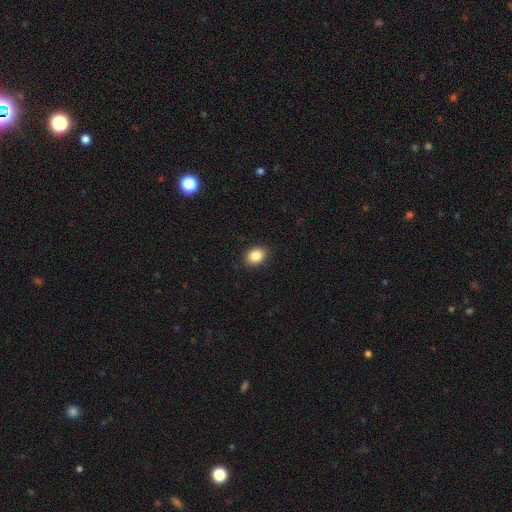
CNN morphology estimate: type=smooth (86%); roundness=in between (63%); merging=none (89%).